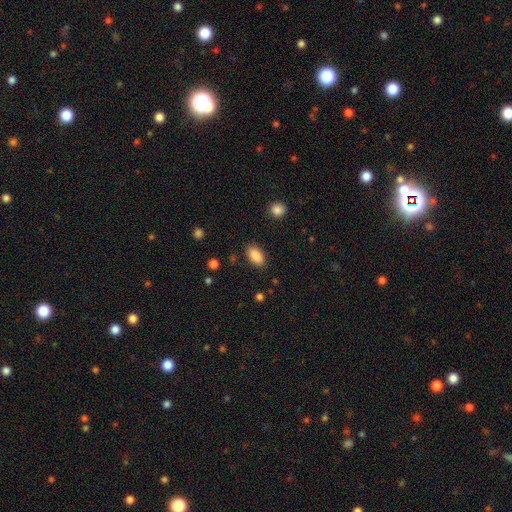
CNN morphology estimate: Smooth or featured? Predicted: smooth (p=0.89). How rounded? Predicted: in between (p=0.93). Merging? Predicted: none (p=0.87).